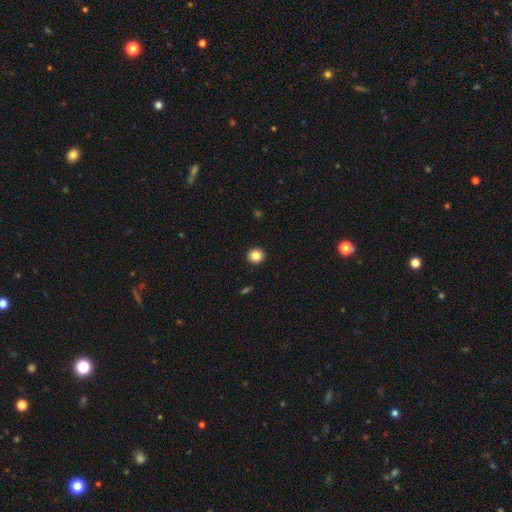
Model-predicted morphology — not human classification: Smooth or featured: smooth — 85% (star or artifact — 10%)
How rounded: round — 90% (in between — 9%)
Merging: none — 93% (minor disturbance — 4%)